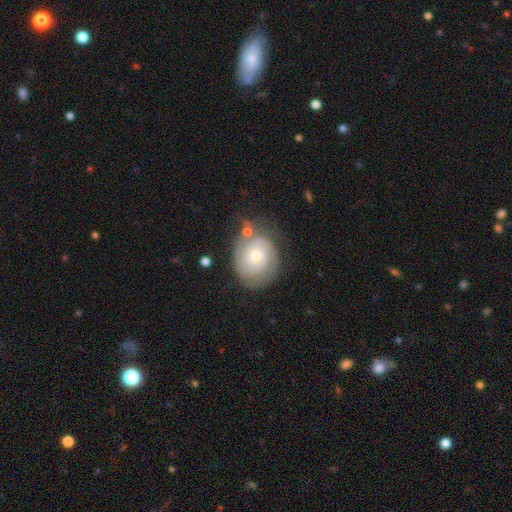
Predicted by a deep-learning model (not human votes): smooth_or_featured: featured or disk (p=0.77) [alt: smooth p=0.17]
disk_edge_on: no (p=0.97) [alt: yes p=0.03]
bar: no (p=0.76) [alt: weak p=0.20]
has_spiral_arms: yes (p=0.93) [alt: no p=0.07]
spiral_winding: tight (p=0.74) [alt: medium p=0.21]
spiral_arm_count: 2 (p=0.64) [alt: can't tell p=0.18]
bulge_size: moderate (p=0.52) [alt: small p=0.43]
merging: none (p=0.73) [alt: minor disturbance p=0.16]